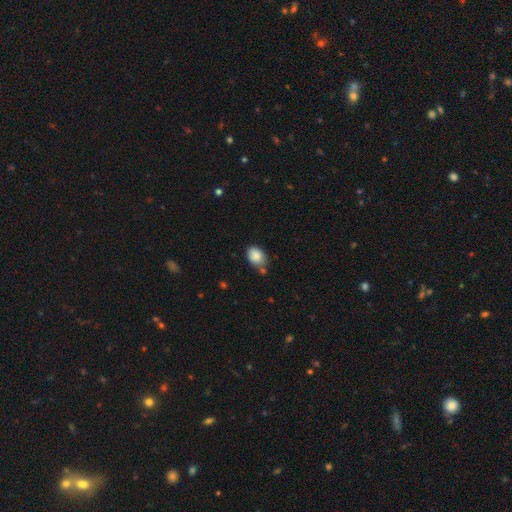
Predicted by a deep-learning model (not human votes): This is clearly a smooth galaxy (87%). How rounded: likely in between (75%). Merging: possibly none (59%).